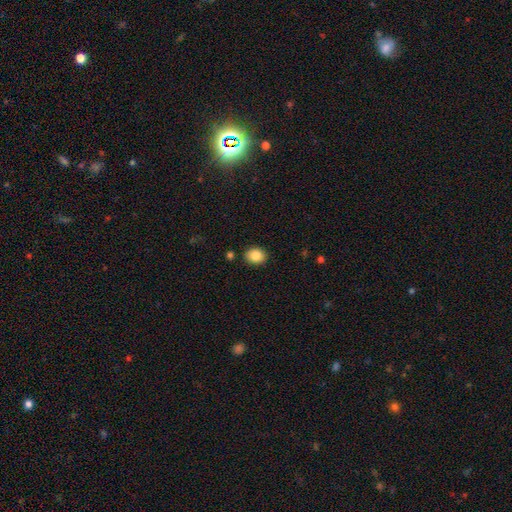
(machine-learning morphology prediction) A smooth galaxy with no disk features (85%) that is round (52%).

Vote fractions:
- Smooth or featured? smooth: 85% / star or artifact: 9% / featured or disk: 7%
- How rounded? round: 52% / in between: 47% / cigar-shaped: 1%
- Merging? none: 88% / minor disturbance: 8% / merger: 2% / major disturbance: 2%